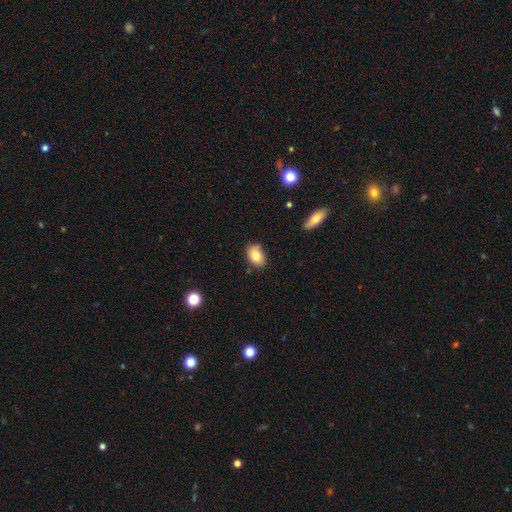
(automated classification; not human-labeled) Morphology: type=smooth (80%); roundness=in between (79%); merging=none (71%).